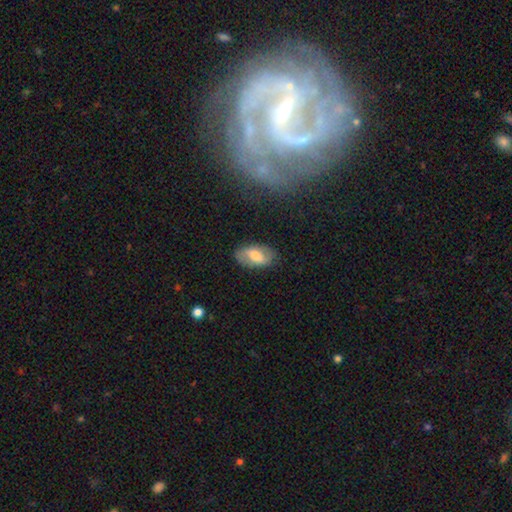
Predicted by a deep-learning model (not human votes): Smooth or featured? smooth (54%)
How rounded? in between (92%)
Merging? none (80%)